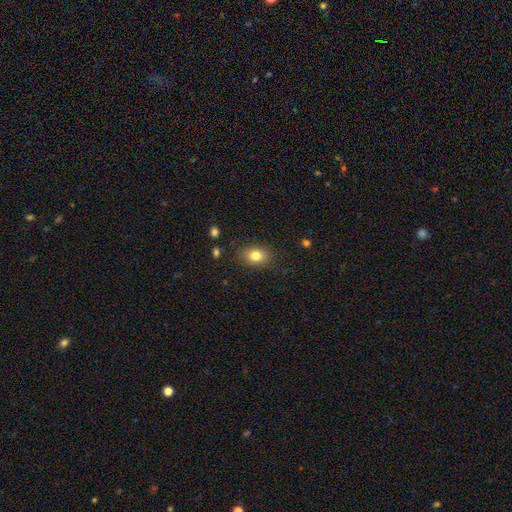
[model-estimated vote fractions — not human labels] Q: Smooth or featured?
A: smooth (82%); runner-up: star or artifact (10%)
Q: How rounded?
A: in between (68%); runner-up: round (30%)
Q: Merging?
A: none (85%); runner-up: minor disturbance (11%)